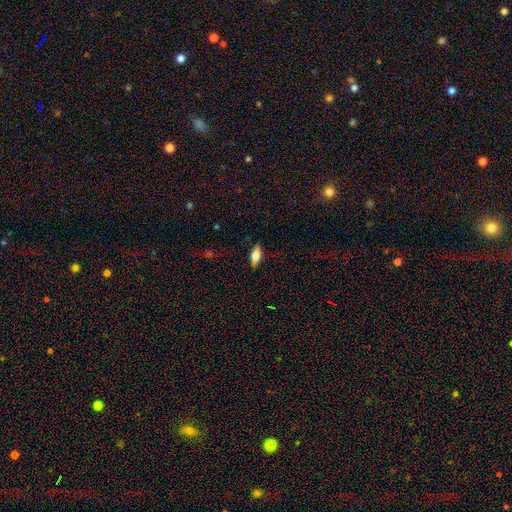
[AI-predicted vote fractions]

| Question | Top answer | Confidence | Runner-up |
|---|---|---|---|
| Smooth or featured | smooth | 59% | featured or disk (34%) |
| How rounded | in between | 71% | cigar-shaped (27%) |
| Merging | none | 86% | minor disturbance (10%) |